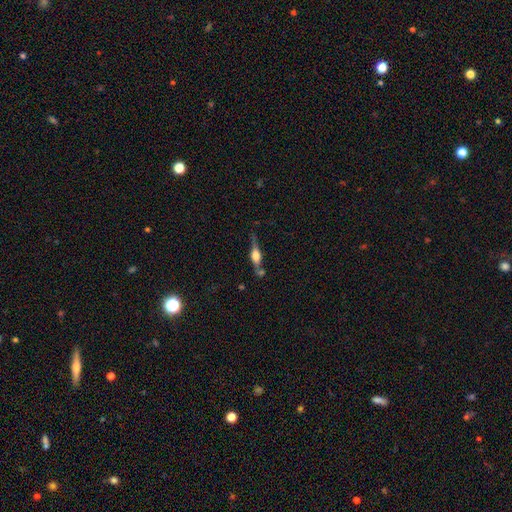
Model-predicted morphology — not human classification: A featured or disk galaxy (66%) viewed edge-on (93%) with a rounded central bulge (88%).

Vote fractions:
- Smooth or featured? featured or disk: 66% / smooth: 27% / star or artifact: 7%
- Edge-on disk? yes: 93% / no: 7%
- Edge-on bulge? rounded: 88% / boxy: 9% / none: 2%
- Merging? none: 63% / minor disturbance: 19% / merger: 11% / major disturbance: 7%